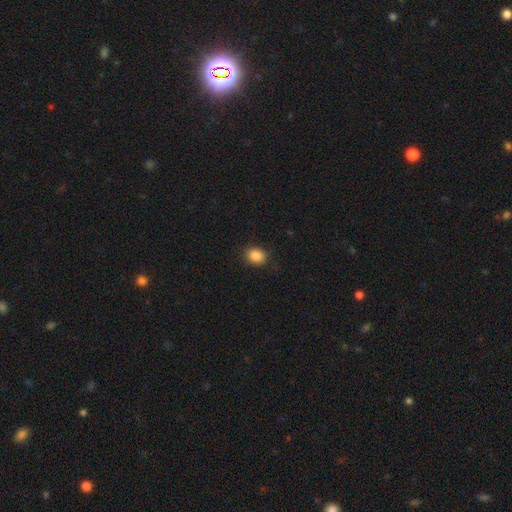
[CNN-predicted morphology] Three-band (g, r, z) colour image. It shows a smooth galaxy with no disk features (87%) that is round (57%). Merging: none (88%).